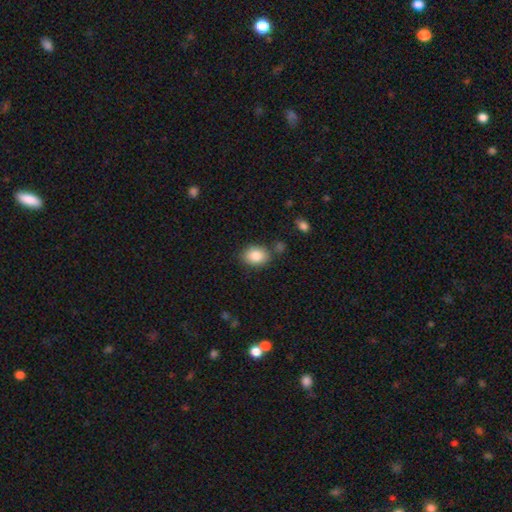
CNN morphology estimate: smooth_or_featured: smooth (p=0.84) [alt: star or artifact p=0.08]
how_rounded: in between (p=0.63) [alt: round p=0.36]
merging: none (p=0.78) [alt: minor disturbance p=0.13]